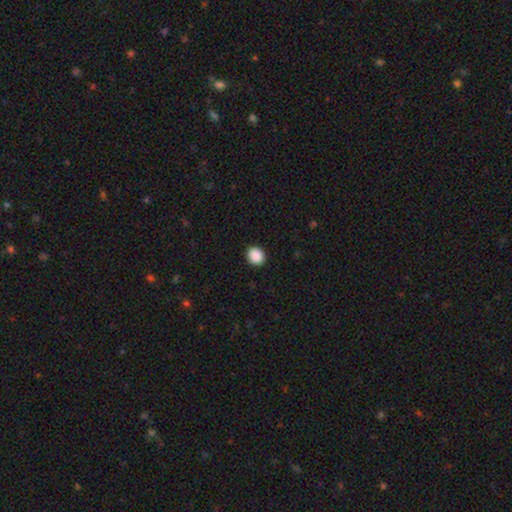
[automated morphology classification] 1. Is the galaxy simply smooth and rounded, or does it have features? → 89% smooth, 8% star or artifact, 2% featured or disk.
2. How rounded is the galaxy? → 79% round, 20% in between, 1% cigar-shaped.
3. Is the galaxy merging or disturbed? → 93% none, 5% minor disturbance, 2% major disturbance, 1% merger.